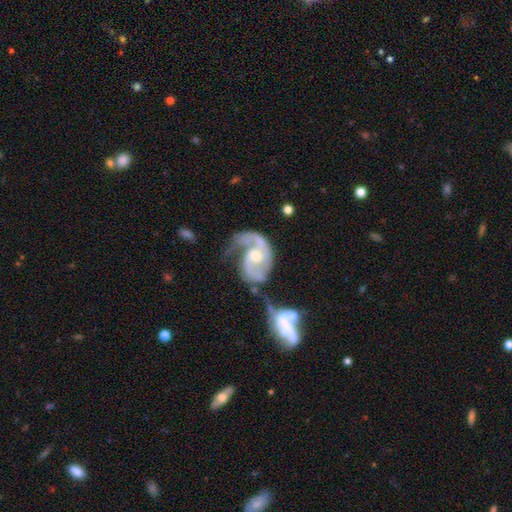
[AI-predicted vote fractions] smooth_or_featured: featured or disk (p=0.89) [alt: smooth p=0.06]
disk_edge_on: no (p=0.98) [alt: yes p=0.02]
bar: no (p=0.61) [alt: weak p=0.31]
has_spiral_arms: yes (p=0.96) [alt: no p=0.04]
spiral_winding: medium (p=0.47) [alt: tight p=0.28]
spiral_arm_count: 2 (p=0.71) [alt: 1 p=0.17]
bulge_size: moderate (p=0.57) [alt: small p=0.38]
merging: merger (p=0.35) [alt: none p=0.25]